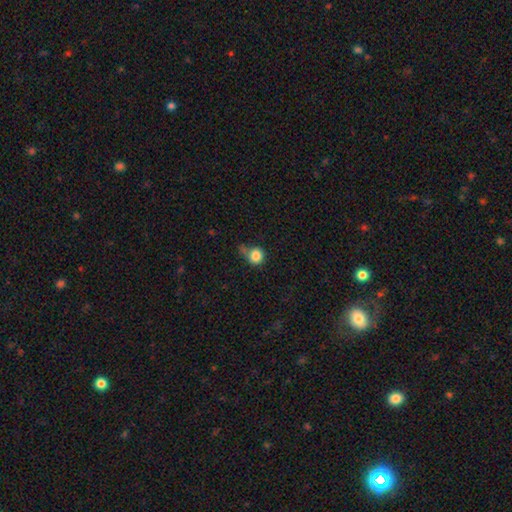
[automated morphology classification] Overall: smooth (84%). How rounded: round (88%). Merging: none (50%; minor disturbance 27%).